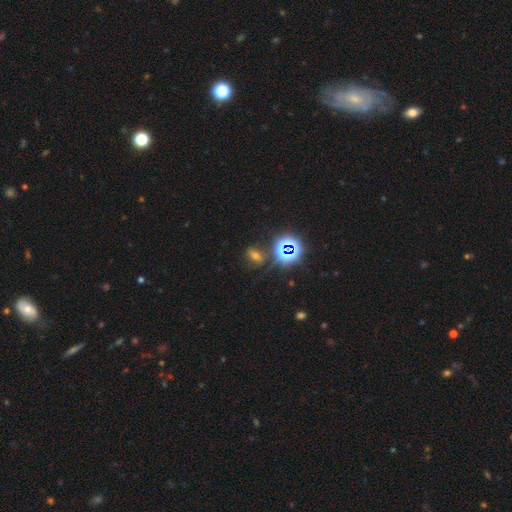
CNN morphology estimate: Smooth or featured? star or artifact (46%)